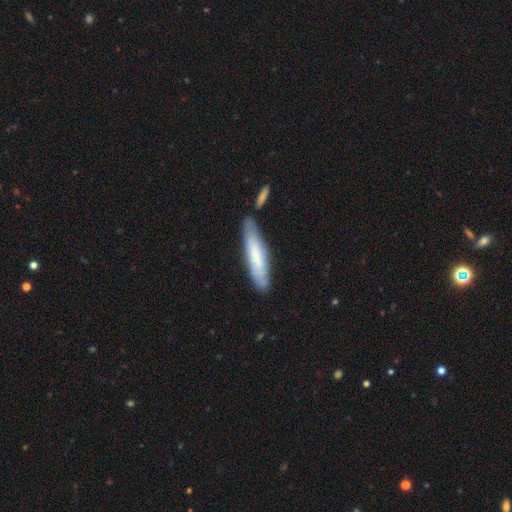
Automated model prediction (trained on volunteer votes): This appears to be a smooth galaxy with no disk features (67%) that is cigar-shaped (82%). Merging: none (69%).